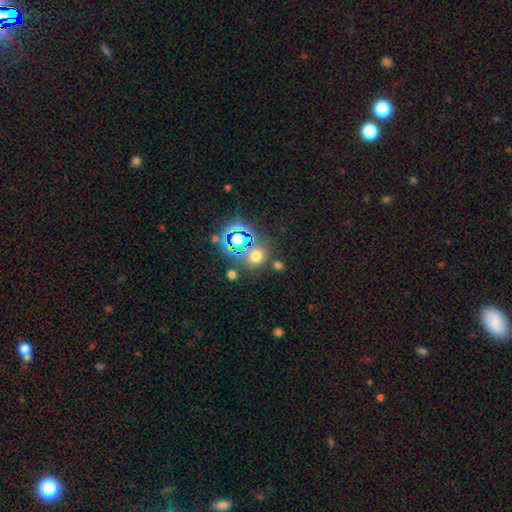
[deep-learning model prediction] Q: Smooth or featured?
A: smooth (59%); runner-up: star or artifact (33%)
Q: How rounded?
A: round (74%); runner-up: in between (24%)
Q: Merging?
A: none (74%); runner-up: merger (12%)